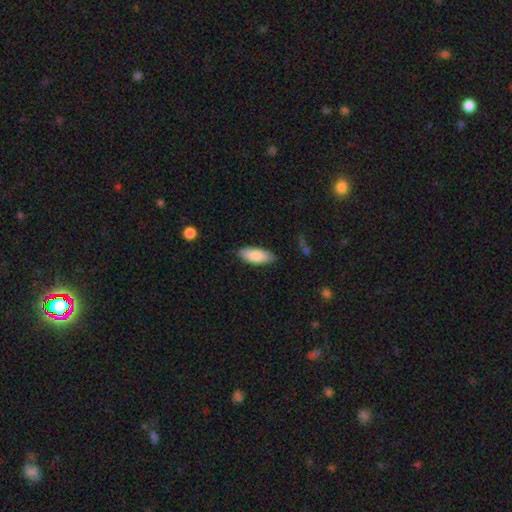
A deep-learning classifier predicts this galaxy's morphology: smooth_or_featured: smooth (p=0.84) [alt: featured or disk p=0.11]
how_rounded: in between (p=0.78) [alt: cigar-shaped p=0.20]
merging: none (p=0.83) [alt: minor disturbance p=0.13]